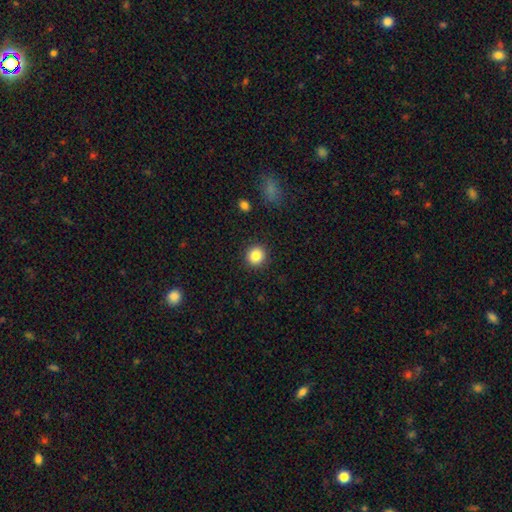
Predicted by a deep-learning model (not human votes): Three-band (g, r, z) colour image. It shows a smooth galaxy with no disk features (85%) that is round (91%). Merging: none (91%).